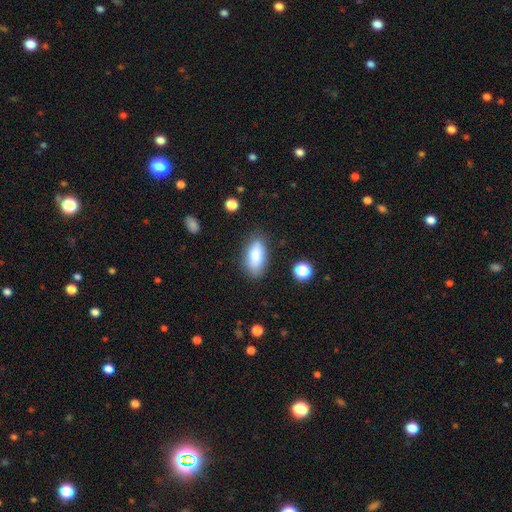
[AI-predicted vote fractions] Smooth or featured?
  - smooth: 83% *
  - featured or disk: 9%
  - star or artifact: 7%
How rounded?
  - in between: 86% *
  - cigar-shaped: 11%
  - round: 3%
Merging?
  - none: 80% *
  - minor disturbance: 14%
  - major disturbance: 4%
  - merger: 2%